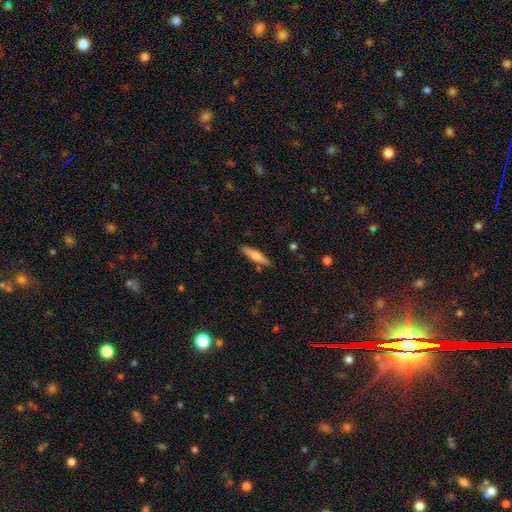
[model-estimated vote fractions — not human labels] Smooth or featured?
  - smooth: 55% *
  - featured or disk: 39%
  - star or artifact: 6%
How rounded?
  - cigar-shaped: 82% *
  - in between: 17%
  - round: 2%
Merging?
  - none: 87% *
  - minor disturbance: 9%
  - merger: 2%
  - major disturbance: 2%